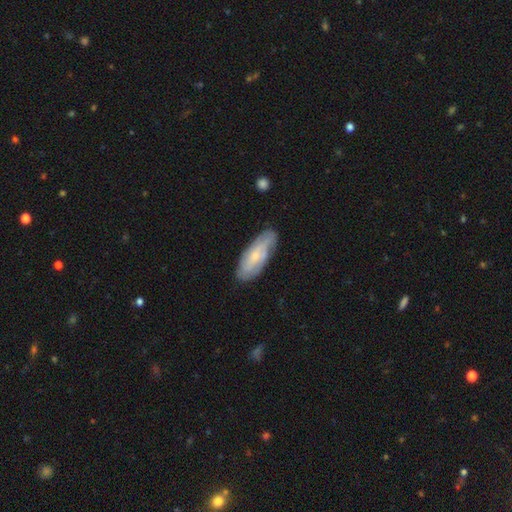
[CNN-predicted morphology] This is possibly a featured or disk galaxy (57%). It is clearly not viewed edge-on (84%). Merging: likely none (76%).